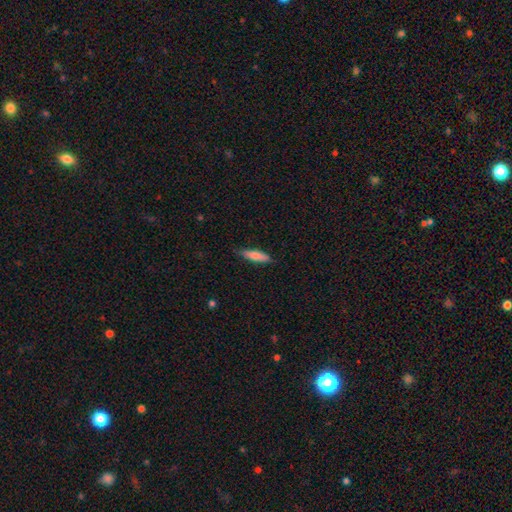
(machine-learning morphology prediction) A smooth galaxy with no disk features (76%) that is cigar-shaped (70%).

Vote fractions:
- Smooth or featured? smooth: 76% / featured or disk: 18% / star or artifact: 6%
- How rounded? cigar-shaped: 70% / in between: 28% / round: 2%
- Merging? none: 81% / minor disturbance: 16% / major disturbance: 2% / merger: 1%